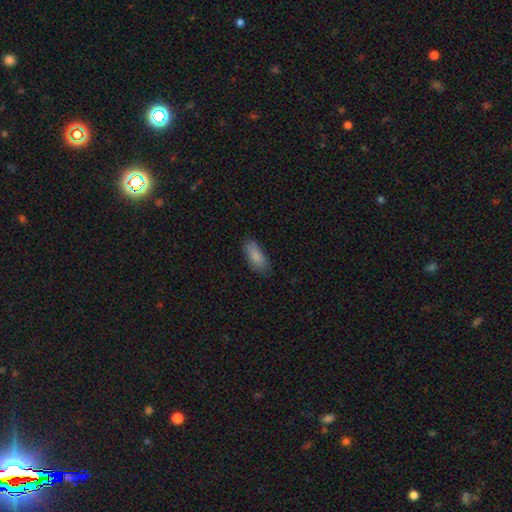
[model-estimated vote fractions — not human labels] This is clearly a smooth galaxy (85%). How rounded: clearly in between (82%). Merging: likely none (77%).